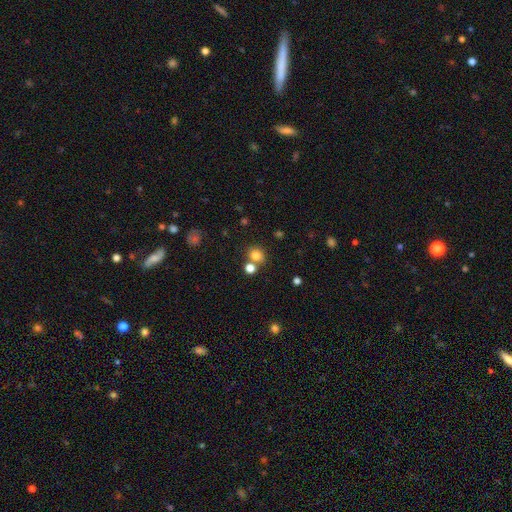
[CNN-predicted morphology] smooth-or-featured: smooth: 79% | star or artifact: 15% | featured or disk: 7%
  how-rounded: round: 76% | in between: 23% | cigar-shaped: 1%
  merging: none: 66% | merger: 22% | minor disturbance: 9% | major disturbance: 4%